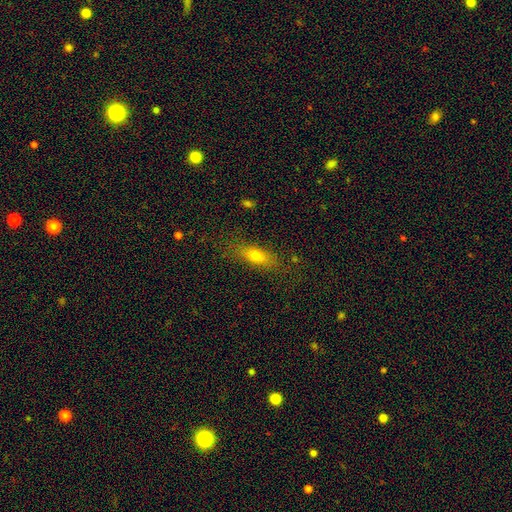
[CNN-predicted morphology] This appears to be a smooth galaxy with no disk features (72%) that is in between round and cigar-shaped (62%). Merging: none (77%).